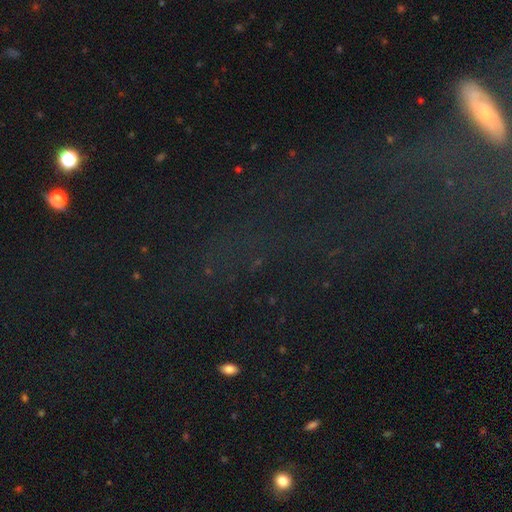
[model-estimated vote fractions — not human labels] A star or artifact, not a galaxy (71%).

Vote fractions:
- Smooth or featured? star or artifact: 71% / smooth: 16% / featured or disk: 13%